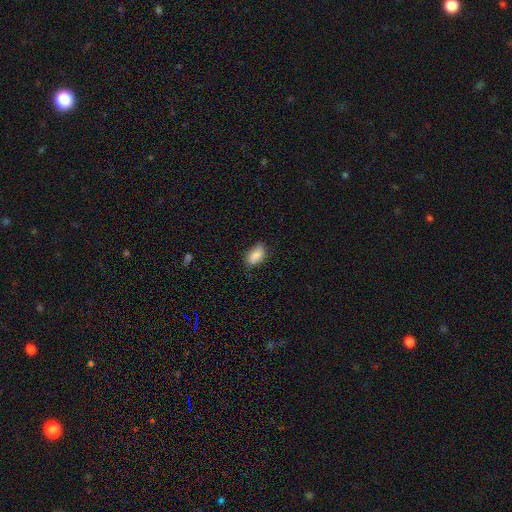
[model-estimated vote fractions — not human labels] smooth 84%, featured or disk 9%, star or artifact 7%. Down the decision tree: how rounded — in between (92%); merging — none (74%).